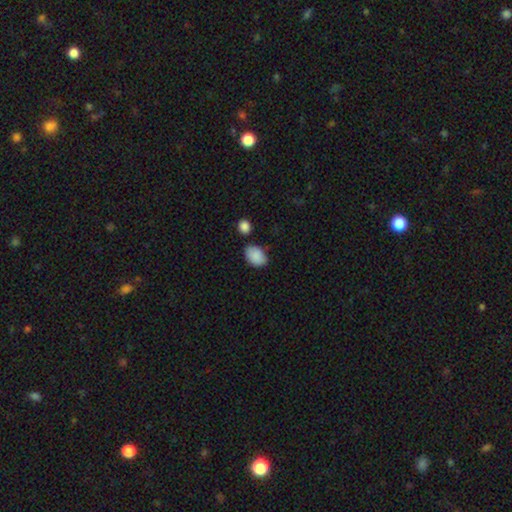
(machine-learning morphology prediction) A smooth galaxy with no disk features (88%) that is in between round and cigar-shaped (82%). Merging: none (68%).